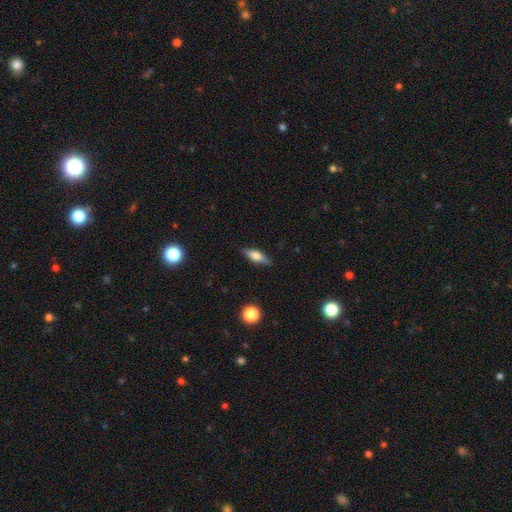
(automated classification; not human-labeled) A smooth galaxy with no disk features (50%) that is in between round and cigar-shaped (49%).

Vote fractions:
- Smooth or featured? smooth: 50% / featured or disk: 42% / star or artifact: 8%
- How rounded? in between: 49% / cigar-shaped: 47% / round: 4%
- Merging? none: 86% / minor disturbance: 11% / major disturbance: 2% / merger: 1%